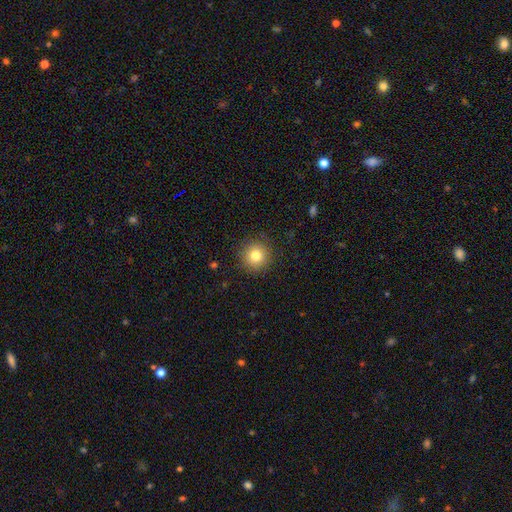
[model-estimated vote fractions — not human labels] Smooth or featured? Predicted: smooth (p=0.81). How rounded? Predicted: round (p=0.94). Merging? Predicted: none (p=0.89).